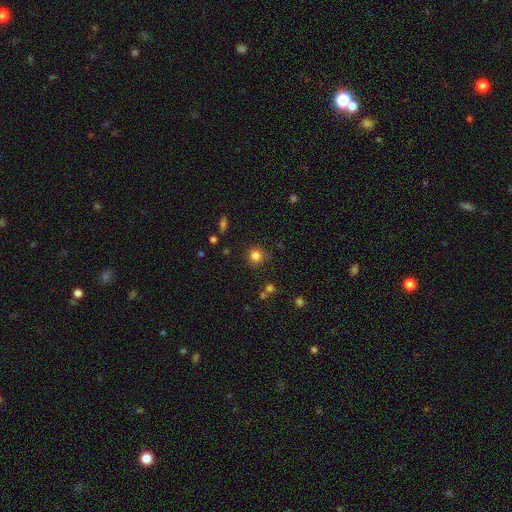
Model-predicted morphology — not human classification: smooth-or-featured: smooth: 83% | star or artifact: 12% | featured or disk: 5%
  how-rounded: round: 92% | in between: 7% | cigar-shaped: 1%
  merging: none: 84% | minor disturbance: 10% | major disturbance: 3% | merger: 3%